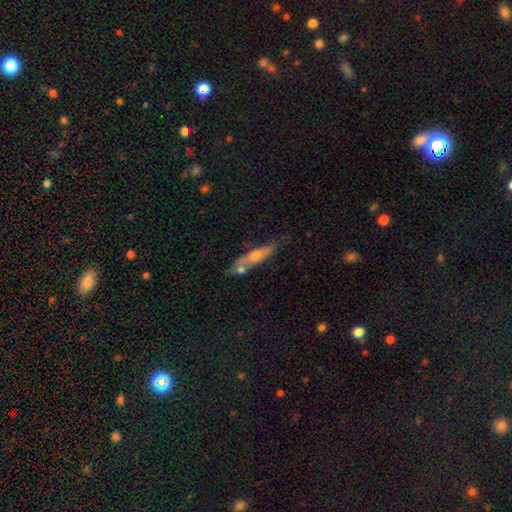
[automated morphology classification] The model was most divided on "smooth or featured": smooth: 47%, featured or disk: 46%, star or artifact: 6%. More confident: merging — none (53%).